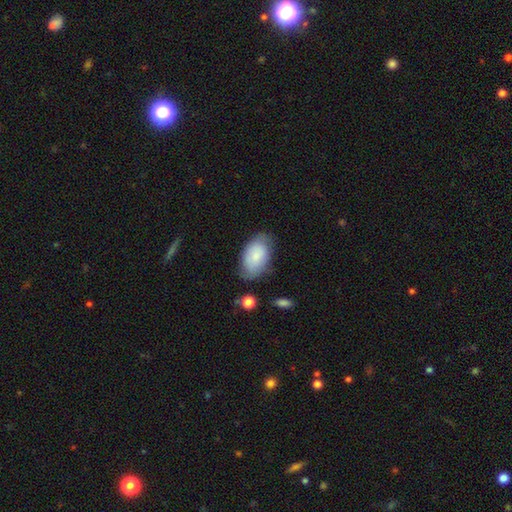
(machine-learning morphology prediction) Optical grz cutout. It shows a smooth galaxy with no disk features (78%) that is in between round and cigar-shaped (93%). Merging: none (67%).